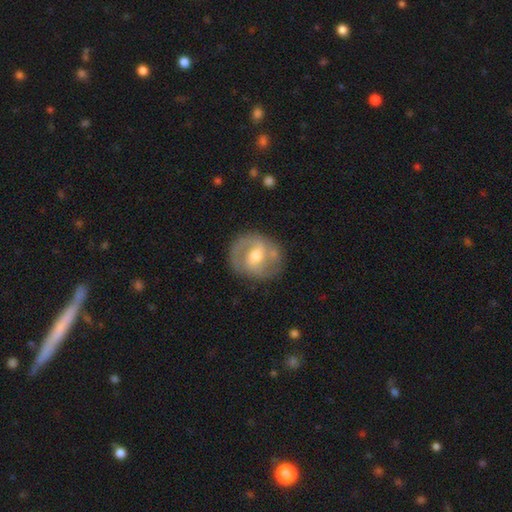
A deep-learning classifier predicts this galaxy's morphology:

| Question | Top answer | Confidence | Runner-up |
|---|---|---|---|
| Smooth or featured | featured or disk | 75% | smooth (19%) |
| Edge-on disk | no | 97% | yes (3%) |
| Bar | weak | 50% | no (27%) |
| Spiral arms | yes | 83% | no (17%) |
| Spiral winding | medium | 49% | tight (32%) |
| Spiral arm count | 2 | 78% | can't tell (9%) |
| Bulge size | moderate | 69% | small (23%) |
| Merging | none | 74% | minor disturbance (16%) |